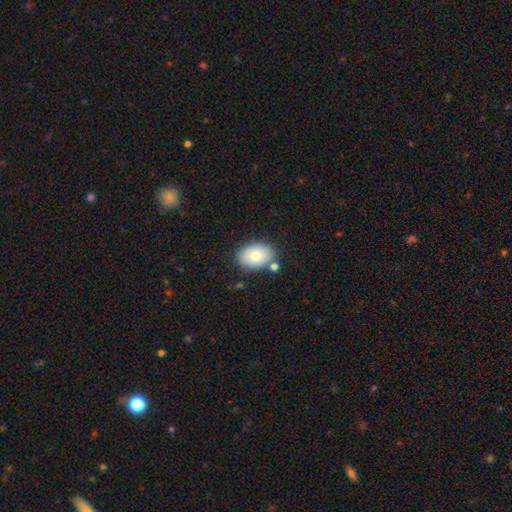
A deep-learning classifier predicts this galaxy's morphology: This is likely a smooth galaxy (75%). How rounded: clearly in between (83%). Merging: likely none (77%).